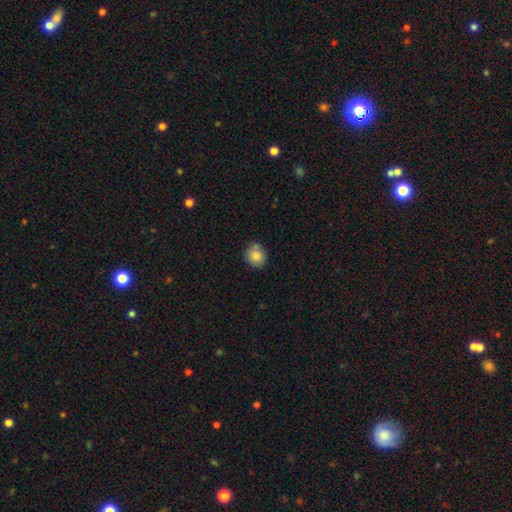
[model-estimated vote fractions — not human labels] Overall: smooth (84%). How rounded: round (71%). Merging: none (69%).